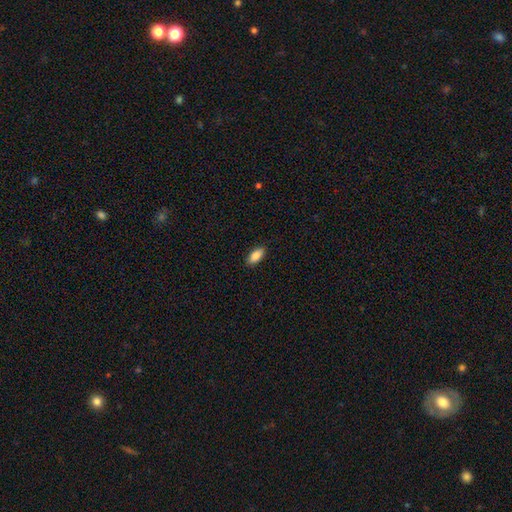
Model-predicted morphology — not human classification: A smooth galaxy with no disk features (87%) that is in between round and cigar-shaped (88%).

Vote fractions:
- Smooth or featured? smooth: 87% / star or artifact: 7% / featured or disk: 7%
- How rounded? in between: 88% / cigar-shaped: 9% / round: 2%
- Merging? none: 90% / minor disturbance: 8% / major disturbance: 2% / merger: 1%